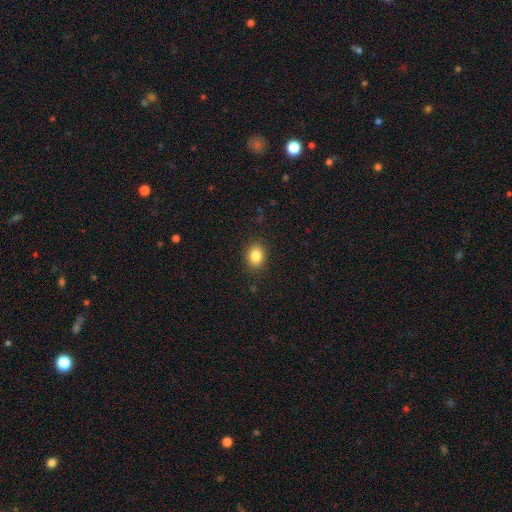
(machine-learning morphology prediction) Smooth or featured?
  - smooth: 84% *
  - star or artifact: 10%
  - featured or disk: 6%
How rounded?
  - in between: 52% *
  - round: 47%
  - cigar-shaped: 1%
Merging?
  - none: 89% *
  - minor disturbance: 8%
  - major disturbance: 2%
  - merger: 1%